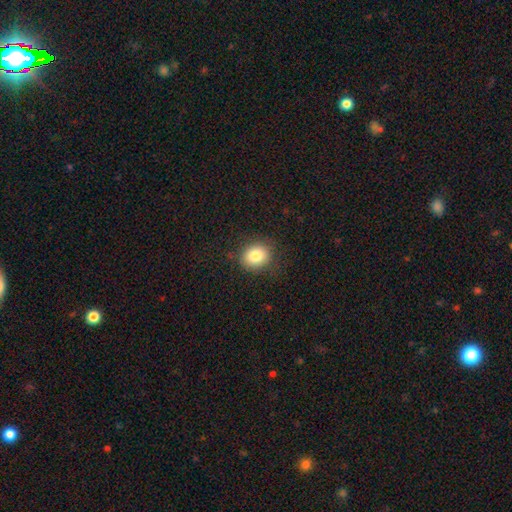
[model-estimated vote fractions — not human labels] smooth_or_featured: smooth (p=0.83) [alt: star or artifact p=0.10]
how_rounded: round (p=0.66) [alt: in between p=0.33]
merging: none (p=0.85) [alt: minor disturbance p=0.11]